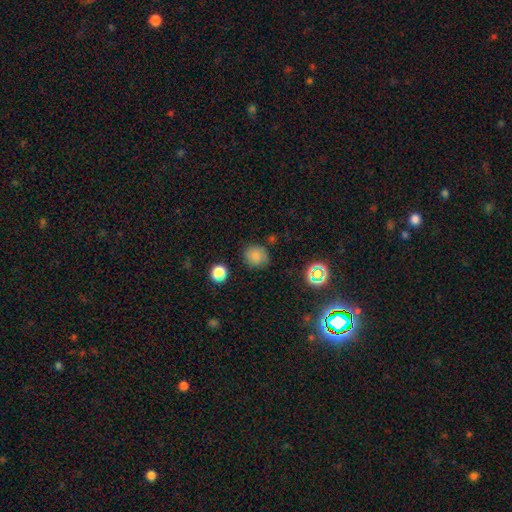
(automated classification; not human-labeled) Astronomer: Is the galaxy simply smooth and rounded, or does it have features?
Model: smooth — 79%.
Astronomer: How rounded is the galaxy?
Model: round — 82%.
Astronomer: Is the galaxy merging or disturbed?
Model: none — 76%.